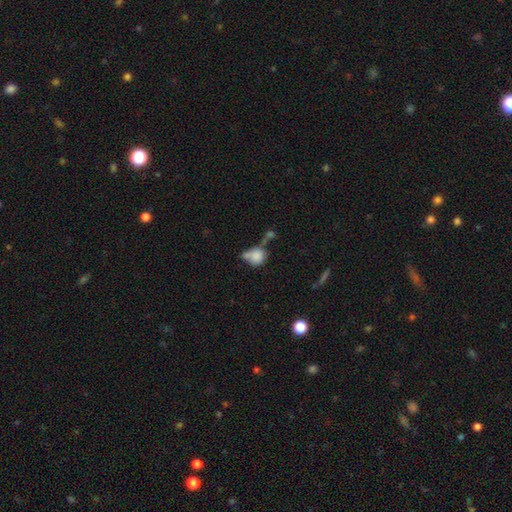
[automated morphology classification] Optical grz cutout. It shows a smooth galaxy with no disk features (79%) that is round (70%). Merging: merger (34%).